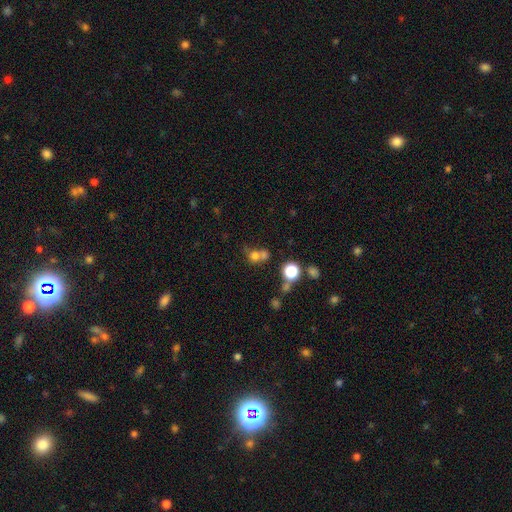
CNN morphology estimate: This appears to be a smooth galaxy with no disk features (69%) that is round (80%). Merging: merger (49%).